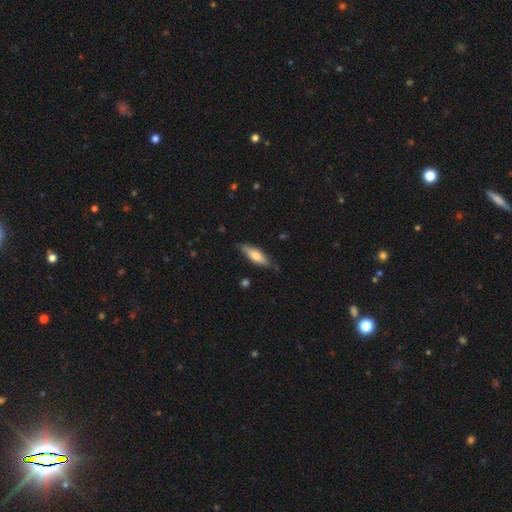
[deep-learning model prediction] Smooth or featured: smooth — 62% (featured or disk — 32%)
How rounded: in between — 50% (cigar-shaped — 48%)
Merging: none — 74% (minor disturbance — 21%)